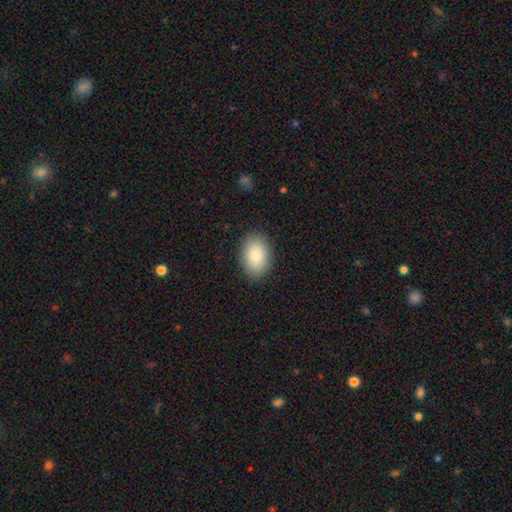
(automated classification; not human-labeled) A smooth galaxy with no disk features (86%) that is in between round and cigar-shaped (85%).

Vote fractions:
- Smooth or featured? smooth: 86% / featured or disk: 7% / star or artifact: 7%
- How rounded? in between: 85% / round: 14% / cigar-shaped: 1%
- Merging? none: 88% / minor disturbance: 9% / major disturbance: 2% / merger: 1%